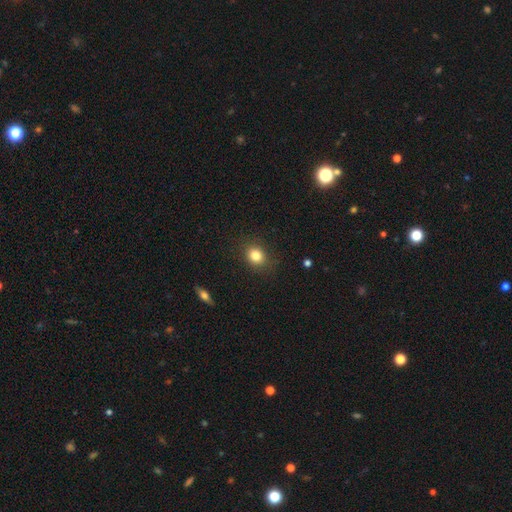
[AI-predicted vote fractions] Smooth or featured: smooth — 82% (star or artifact — 11%)
How rounded: round — 67% (in between — 32%)
Merging: none — 85% (minor disturbance — 11%)